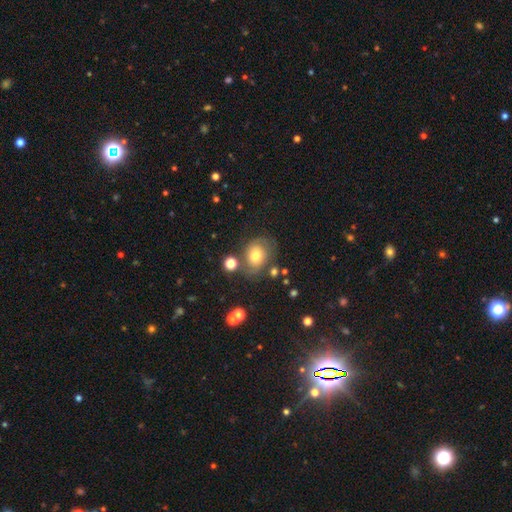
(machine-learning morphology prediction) smooth_or_featured: smooth (p=0.49) [alt: featured or disk p=0.38]
merging: none (p=0.61) [alt: minor disturbance p=0.20]